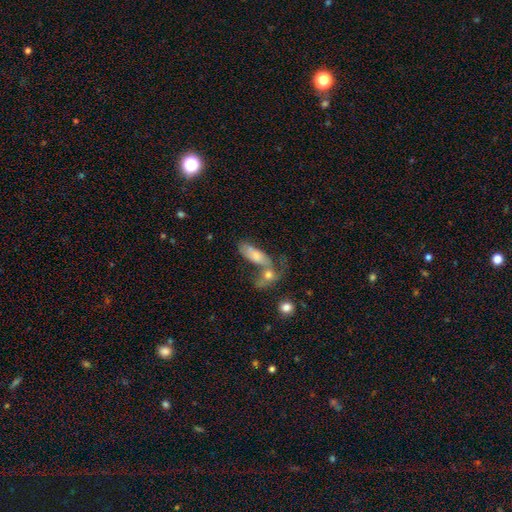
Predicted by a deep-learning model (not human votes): Smooth or featured? Predicted: smooth (p=0.50). How rounded? Predicted: in between (p=0.66). Merging? Predicted: merger (p=0.51).